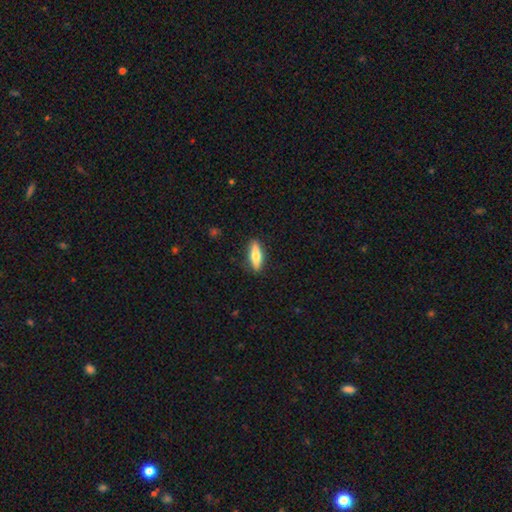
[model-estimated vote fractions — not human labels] Smooth or featured?
  - smooth: 60% *
  - featured or disk: 34%
  - star or artifact: 6%
How rounded?
  - cigar-shaped: 54% *
  - in between: 43%
  - round: 3%
Merging?
  - none: 89% *
  - minor disturbance: 8%
  - major disturbance: 2%
  - merger: 1%